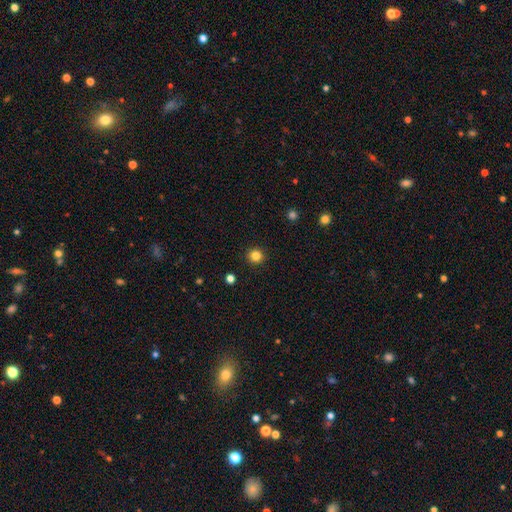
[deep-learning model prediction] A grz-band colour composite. It shows a smooth galaxy with no disk features (84%) that is round (95%). Merging: none (93%).